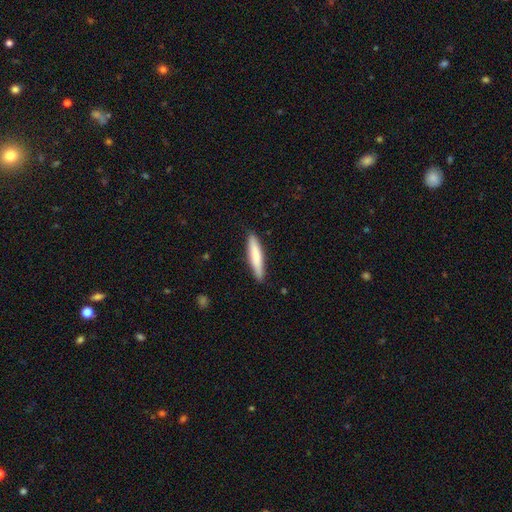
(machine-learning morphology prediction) Overall: smooth (75%). How rounded: cigar-shaped (88%). Merging: none (86%).